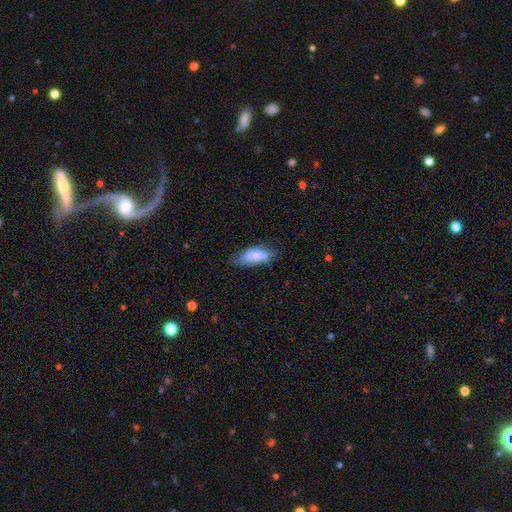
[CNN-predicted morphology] smooth_or_featured: smooth (p=0.68) [alt: featured or disk p=0.25]
how_rounded: in between (p=0.79) [alt: cigar-shaped p=0.18]
merging: none (p=0.51) [alt: minor disturbance p=0.32]